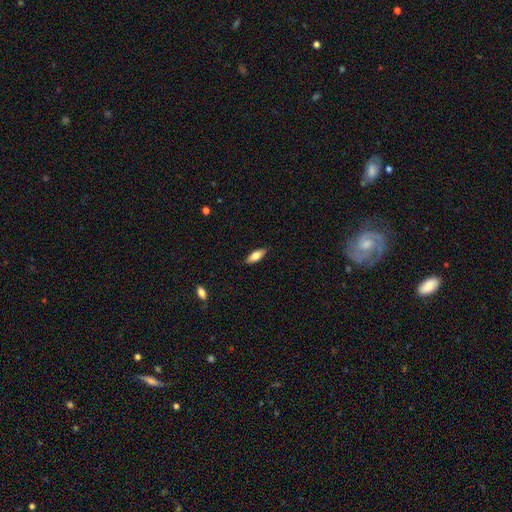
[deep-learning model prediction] smooth-or-featured: smooth: 68% | featured or disk: 25% | star or artifact: 6%
  how-rounded: in between: 72% | cigar-shaped: 25% | round: 2%
  merging: none: 87% | minor disturbance: 10% | major disturbance: 2% | merger: 1%